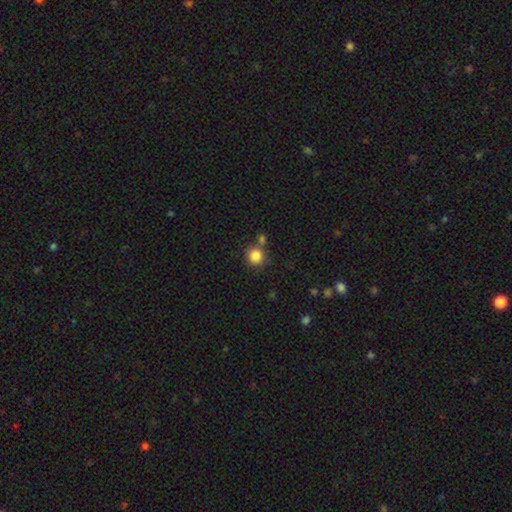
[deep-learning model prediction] smooth 86%, star or artifact 10%, featured or disk 4%. Down the decision tree: how rounded — round (92%); merging — none (69%).